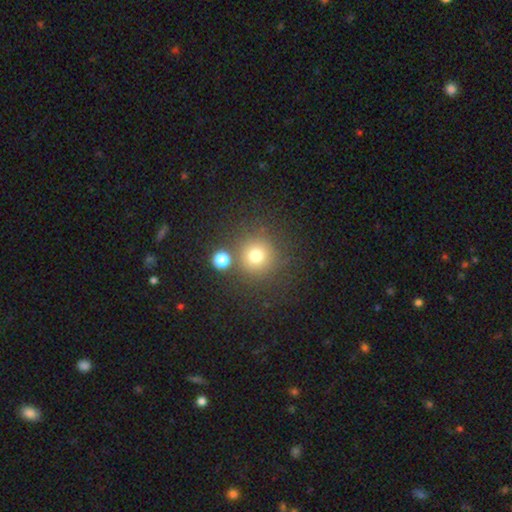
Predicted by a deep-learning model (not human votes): smooth 75%, star or artifact 16%, featured or disk 9%. Down the decision tree: how rounded — round (93%); merging — none (74%).